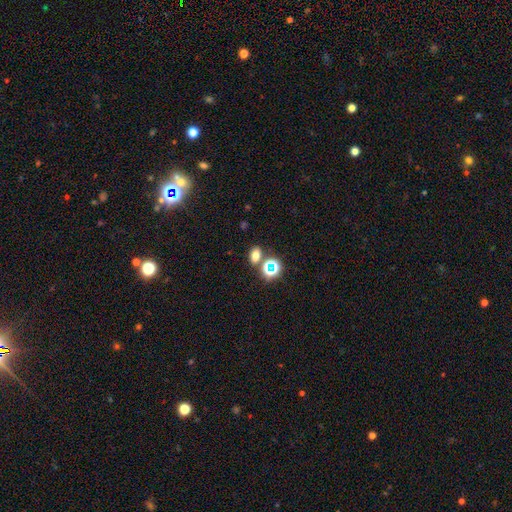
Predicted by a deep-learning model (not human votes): Q: Smooth or featured?
A: smooth (69%); runner-up: star or artifact (23%)
Q: How rounded?
A: in between (68%); runner-up: round (30%)
Q: Merging?
A: none (73%); runner-up: merger (14%)